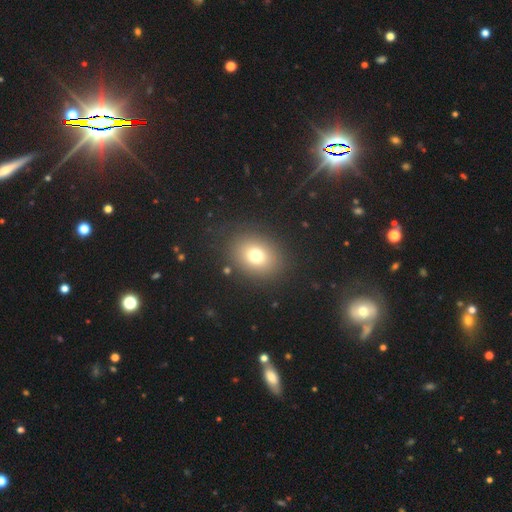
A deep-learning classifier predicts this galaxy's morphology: A smooth galaxy with no disk features (75%) that is in between round and cigar-shaped (51%). Merging: none (85%).